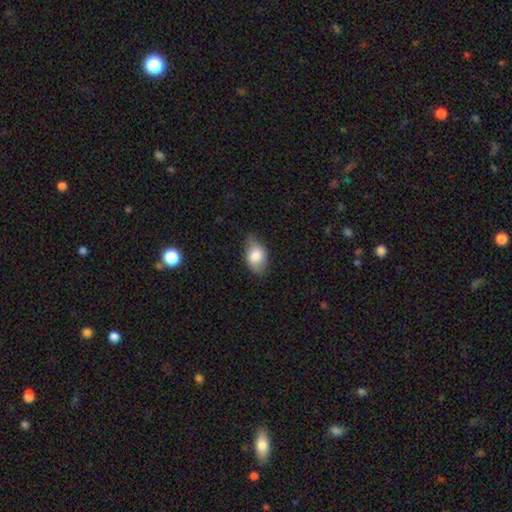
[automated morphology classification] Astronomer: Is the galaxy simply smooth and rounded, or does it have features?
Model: smooth — 79%.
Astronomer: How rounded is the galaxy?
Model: in between — 90%.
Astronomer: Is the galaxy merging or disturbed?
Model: none — 68%.